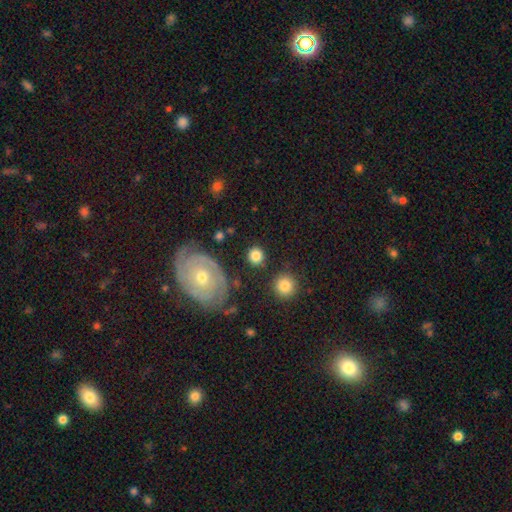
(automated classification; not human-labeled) This appears to be a smooth galaxy with no disk features (81%) that is round (85%). Merging: none (84%).